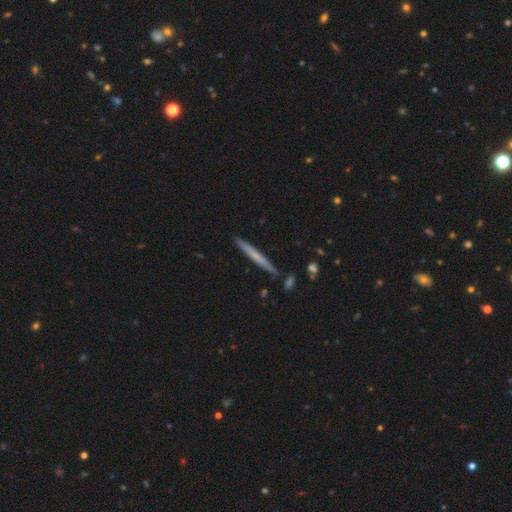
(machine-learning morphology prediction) smooth_or_featured: smooth (p=0.51) [alt: featured or disk p=0.43]
how_rounded: cigar-shaped (p=0.96) [alt: in between p=0.02]
merging: none (p=0.88) [alt: minor disturbance p=0.08]